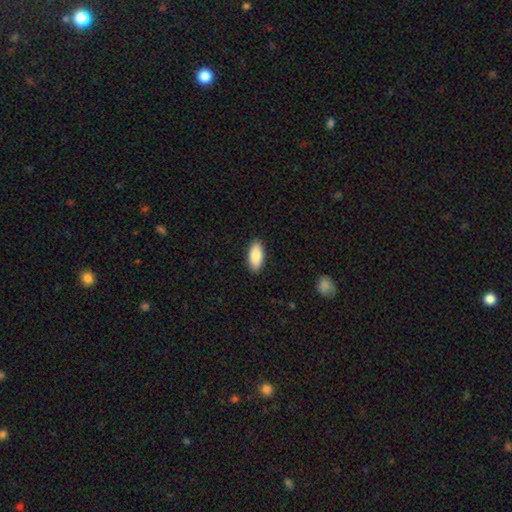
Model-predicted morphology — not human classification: This appears to be a smooth galaxy with no disk features (87%) that is in between round and cigar-shaped (87%). Merging: none (90%).